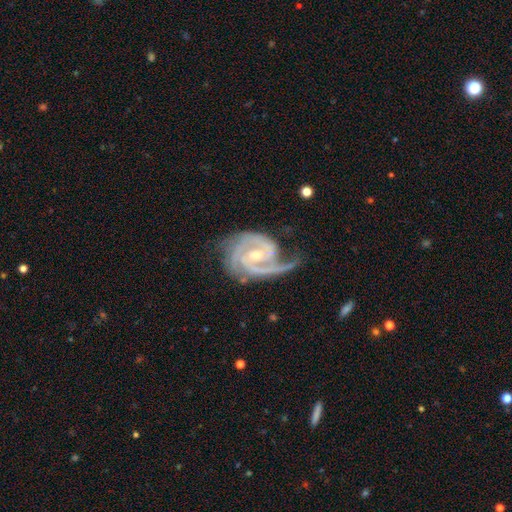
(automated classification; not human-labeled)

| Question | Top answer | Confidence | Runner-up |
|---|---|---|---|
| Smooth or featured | featured or disk | 92% | star or artifact (5%) |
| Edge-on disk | no | 98% | yes (2%) |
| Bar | weak | 45% | no (30%) |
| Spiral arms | yes | 98% | no (2%) |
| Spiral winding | tight | 49% | medium (42%) |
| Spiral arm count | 2 | 69% | 3 (15%) |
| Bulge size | small | 50% | moderate (46%) |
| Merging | none | 60% | minor disturbance (23%) |